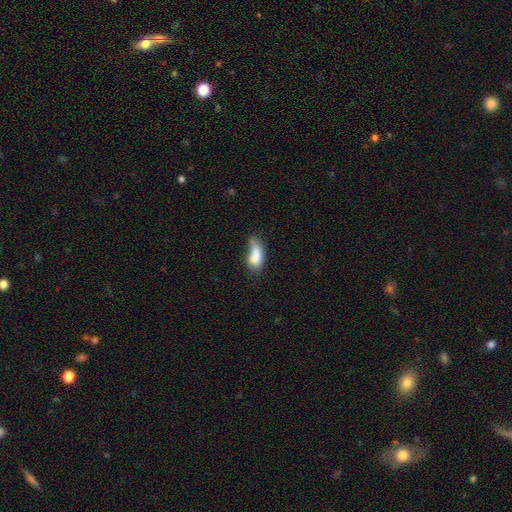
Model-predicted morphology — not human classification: smooth-or-featured: smooth: 80% | featured or disk: 12% | star or artifact: 9%
  how-rounded: in between: 84% | cigar-shaped: 12% | round: 4%
  merging: none: 34% | minor disturbance: 32% | merger: 17% | major disturbance: 17%